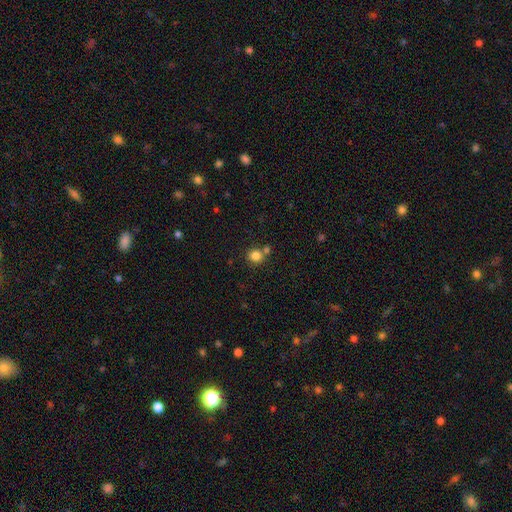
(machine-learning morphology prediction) A smooth galaxy with no disk features (82%) that is round (89%). Merging: none (66%).